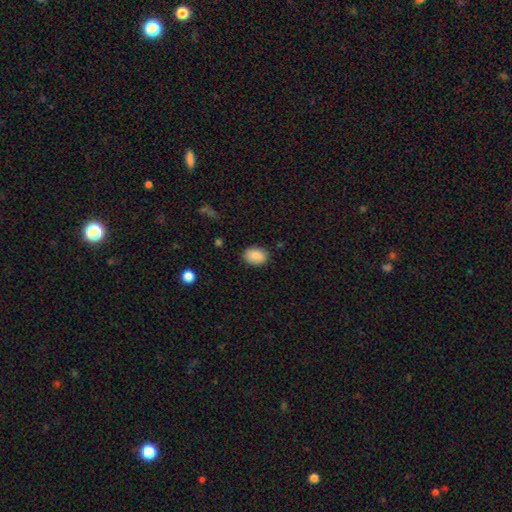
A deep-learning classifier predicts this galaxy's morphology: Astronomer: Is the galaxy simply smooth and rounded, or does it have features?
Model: smooth — 89%.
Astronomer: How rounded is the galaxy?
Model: in between — 79%.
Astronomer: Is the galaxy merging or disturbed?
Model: none — 86%.